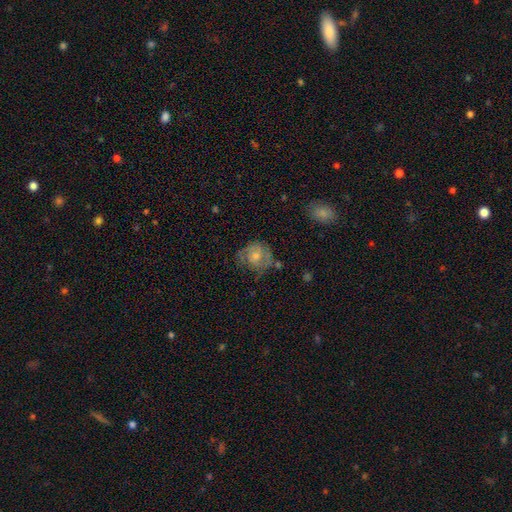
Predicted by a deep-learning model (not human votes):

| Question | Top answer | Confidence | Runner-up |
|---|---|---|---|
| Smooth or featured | featured or disk | 60% | smooth (29%) |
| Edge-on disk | no | 97% | yes (3%) |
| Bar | no | 76% | weak (20%) |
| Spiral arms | yes | 76% | no (24%) |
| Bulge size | moderate | 54% | small (39%) |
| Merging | none | 64% | minor disturbance (22%) |